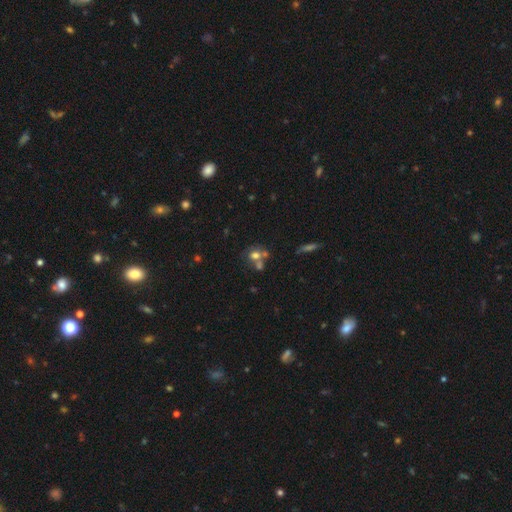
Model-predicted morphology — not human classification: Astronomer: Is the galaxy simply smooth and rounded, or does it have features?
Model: smooth — 60%.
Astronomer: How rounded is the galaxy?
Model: round — 63%.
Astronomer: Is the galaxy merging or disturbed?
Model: merger — 45% (runner-up: none, 37%).